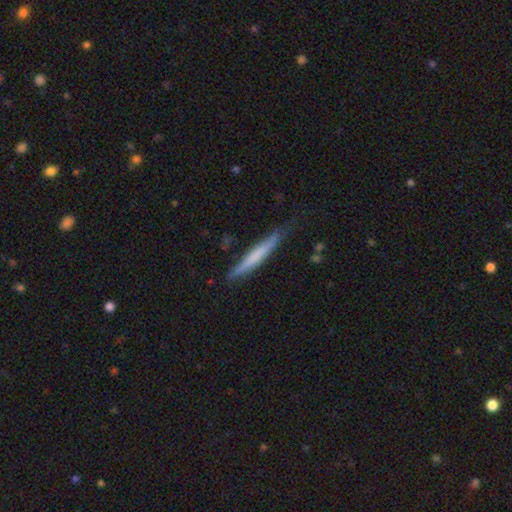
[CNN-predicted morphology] smooth_or_featured: smooth (p=0.59) [alt: featured or disk p=0.36]
how_rounded: cigar-shaped (p=0.95) [alt: in between p=0.04]
merging: none (p=0.76) [alt: minor disturbance p=0.19]